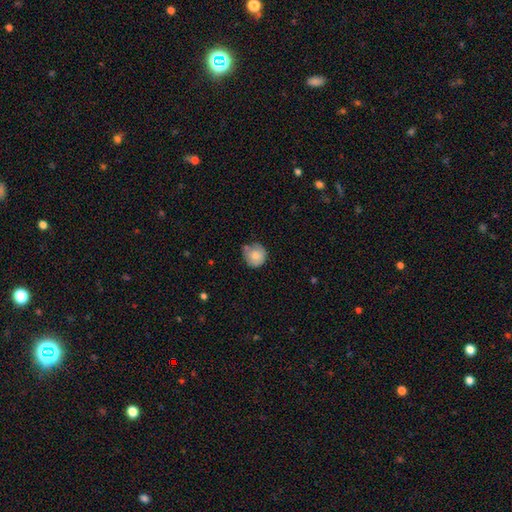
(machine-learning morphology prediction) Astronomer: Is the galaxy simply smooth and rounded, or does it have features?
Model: smooth — 80%.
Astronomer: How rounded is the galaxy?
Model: round — 91%.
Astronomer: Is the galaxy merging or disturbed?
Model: none — 63%.